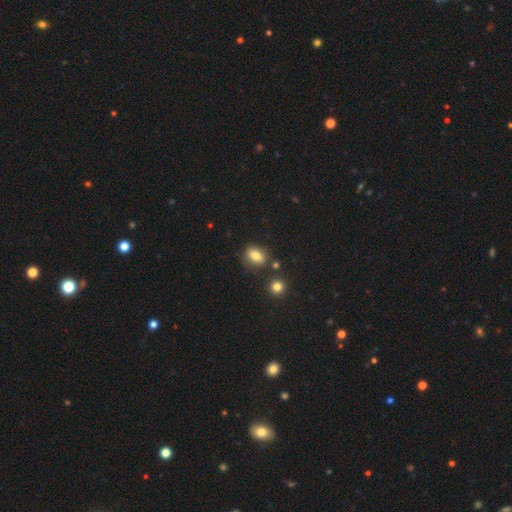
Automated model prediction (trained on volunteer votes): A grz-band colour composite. It shows a smooth galaxy with no disk features (82%) that is in between round and cigar-shaped (73%). Merging: none (73%).